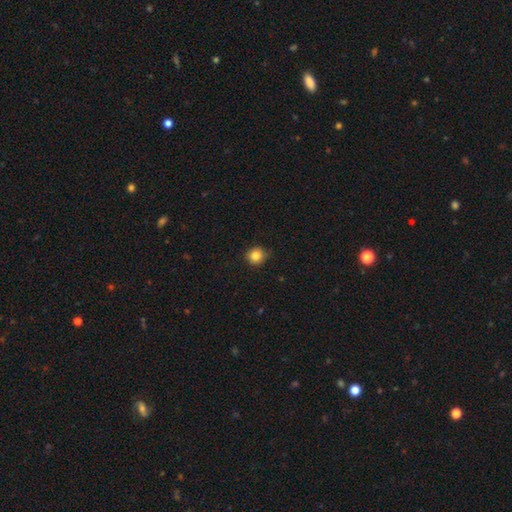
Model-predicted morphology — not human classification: smooth 84%, star or artifact 11%, featured or disk 5%. Down the decision tree: how rounded — round (91%); merging — none (85%).